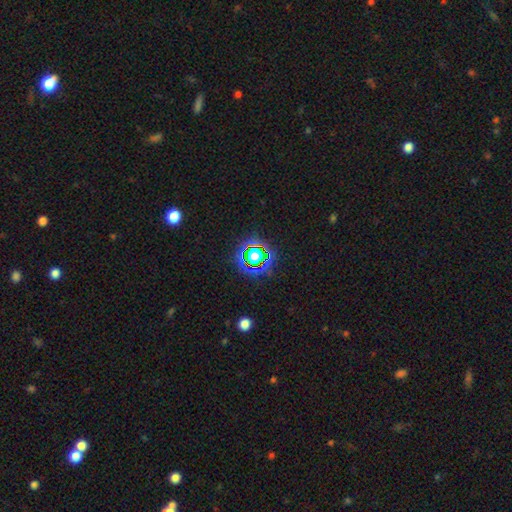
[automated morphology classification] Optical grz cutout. It shows a star or artifact, not a galaxy (59%).